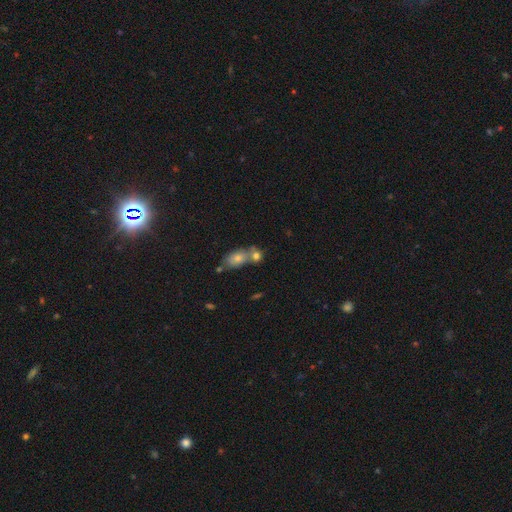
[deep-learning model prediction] Q: Smooth or featured?
A: smooth (49%); runner-up: star or artifact (30%)
Q: Merging?
A: none (48%); runner-up: merger (37%)